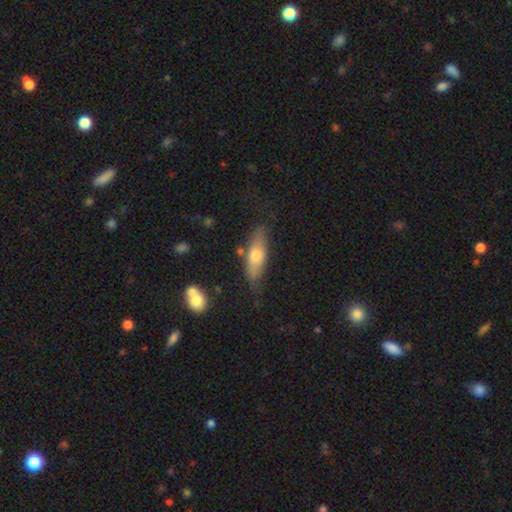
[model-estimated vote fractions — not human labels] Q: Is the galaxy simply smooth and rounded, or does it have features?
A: smooth — 59%.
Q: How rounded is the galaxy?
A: cigar-shaped — 49%.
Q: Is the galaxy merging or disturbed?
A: none — 71%.